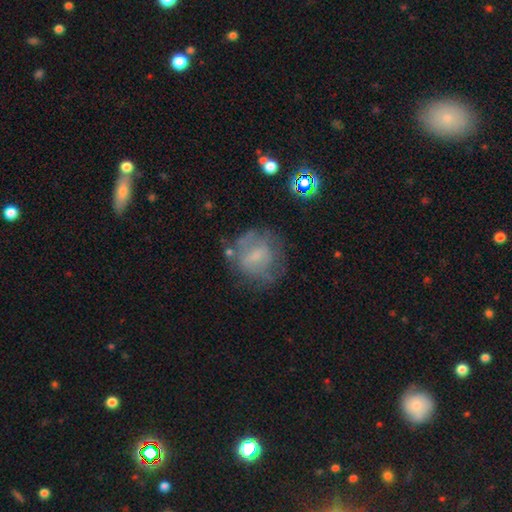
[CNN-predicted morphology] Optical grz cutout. It shows a smooth galaxy with no disk features (44%). Merging: none (59%).